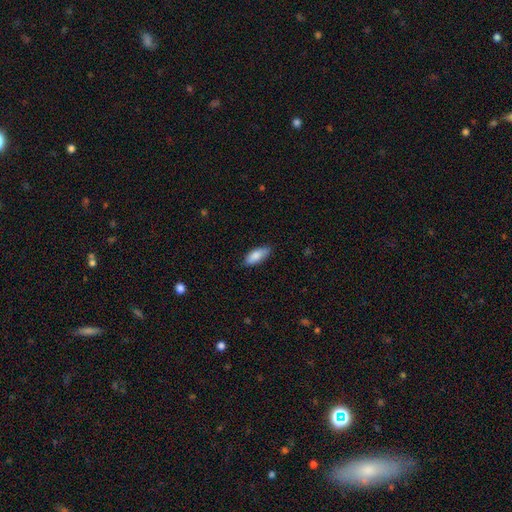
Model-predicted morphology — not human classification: smooth_or_featured: smooth (p=0.86) [alt: featured or disk p=0.08]
how_rounded: in between (p=0.79) [alt: cigar-shaped p=0.19]
merging: none (p=0.84) [alt: minor disturbance p=0.13]